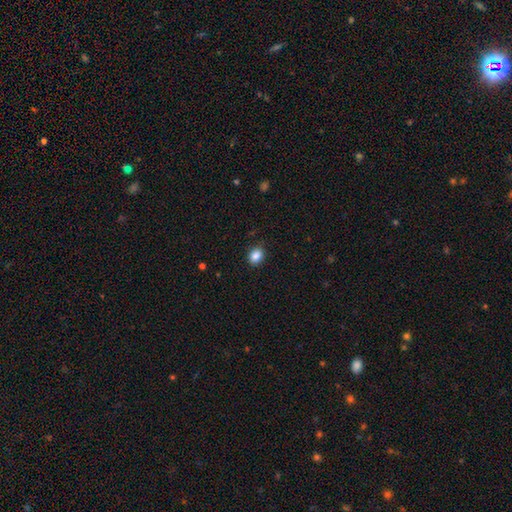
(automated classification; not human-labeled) smooth 87%, star or artifact 9%, featured or disk 4%. Down the decision tree: how rounded — in between (58%); merging — none (86%).